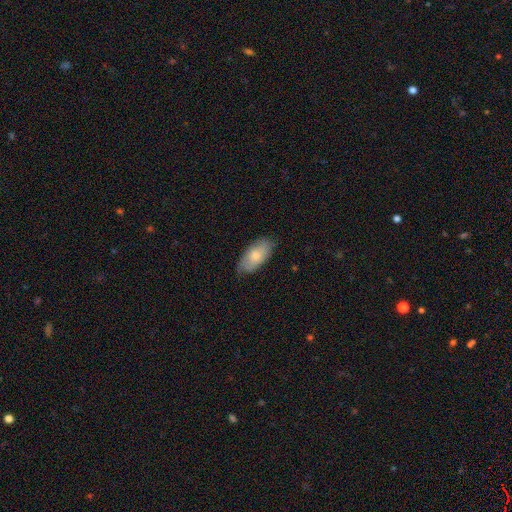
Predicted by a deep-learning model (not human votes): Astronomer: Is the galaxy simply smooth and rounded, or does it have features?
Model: smooth — 70%.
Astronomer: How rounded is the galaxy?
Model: in between — 93%.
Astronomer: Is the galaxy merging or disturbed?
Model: none — 71%.